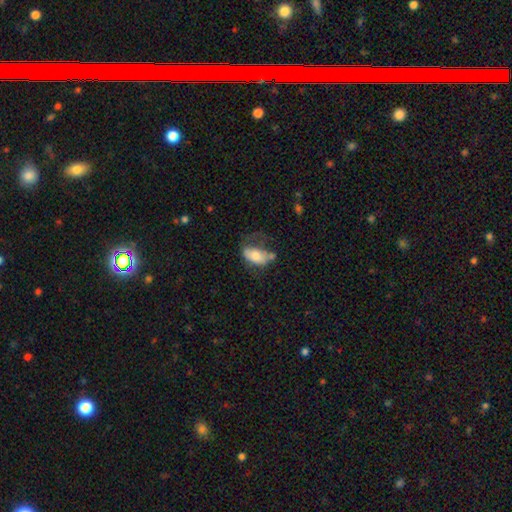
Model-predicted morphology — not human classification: smooth-or-featured: smooth: 67% | featured or disk: 25% | star or artifact: 7%
  how-rounded: in between: 91% | round: 5% | cigar-shaped: 4%
  merging: major disturbance: 33% | none: 28% | minor disturbance: 27% | merger: 12%